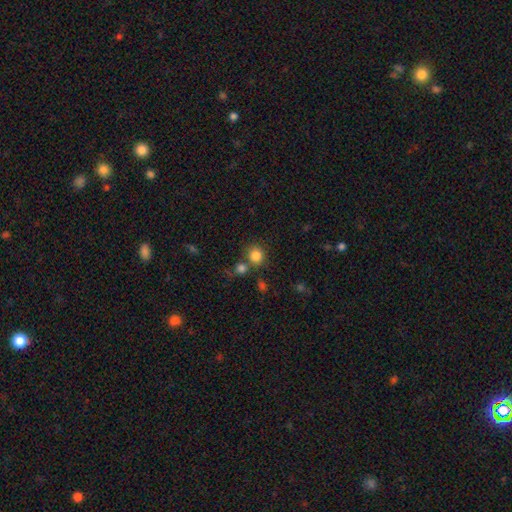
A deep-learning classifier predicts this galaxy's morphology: type=smooth (83%); roundness=round (87%); merging=none (70%).